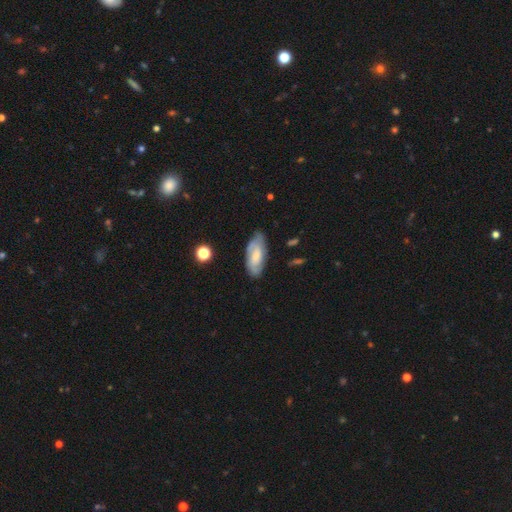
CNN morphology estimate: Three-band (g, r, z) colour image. It shows a featured or disk galaxy (53%). Merging: none (71%).